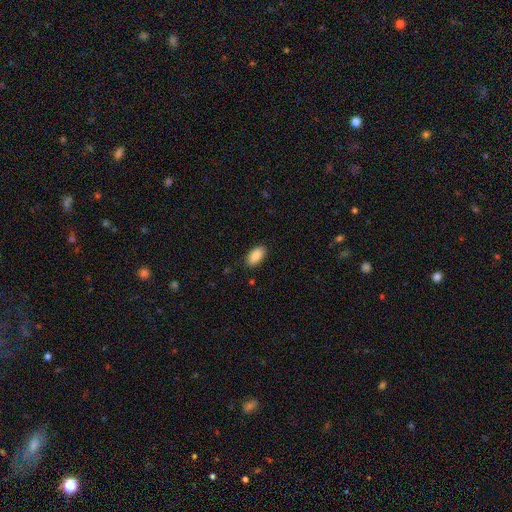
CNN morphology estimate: This is clearly a smooth galaxy (90%). How rounded: clearly in between (94%). Merging: clearly none (88%).